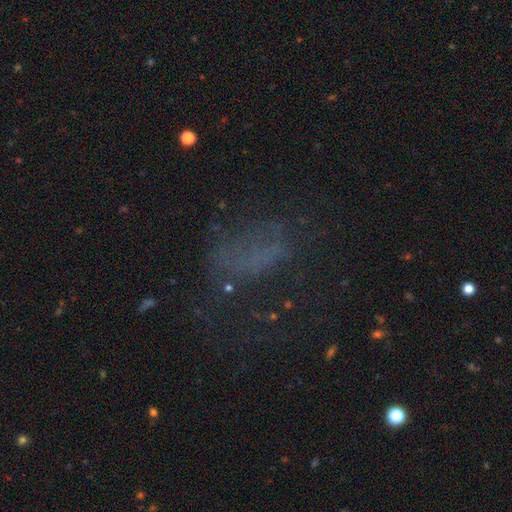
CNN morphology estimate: smooth 37%, star or artifact 32%, featured or disk 30%. Down the decision tree: merging — none (45%).